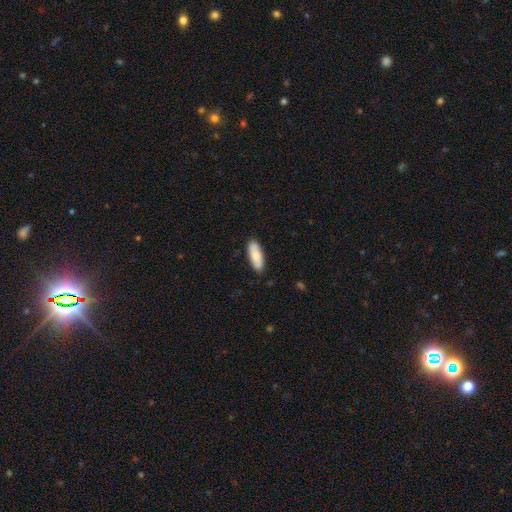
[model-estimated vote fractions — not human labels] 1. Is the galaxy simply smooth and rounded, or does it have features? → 76% smooth, 19% featured or disk, 6% star or artifact.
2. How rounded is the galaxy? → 65% in between, 33% cigar-shaped, 2% round.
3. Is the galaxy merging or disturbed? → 86% none, 11% minor disturbance, 2% major disturbance, 1% merger.